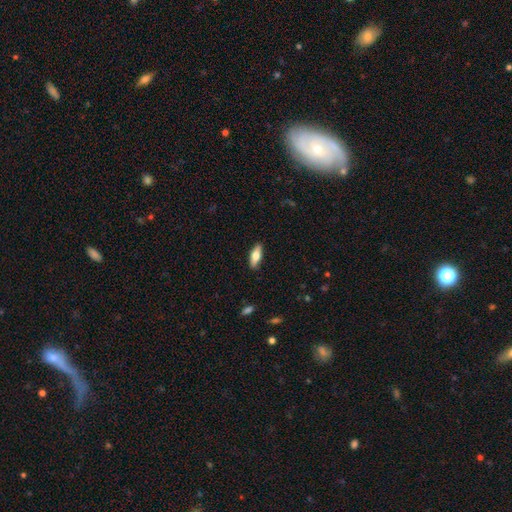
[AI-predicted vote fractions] smooth_or_featured: smooth (p=0.66) [alt: featured or disk p=0.28]
how_rounded: in between (p=0.67) [alt: cigar-shaped p=0.31]
merging: none (p=0.89) [alt: minor disturbance p=0.09]